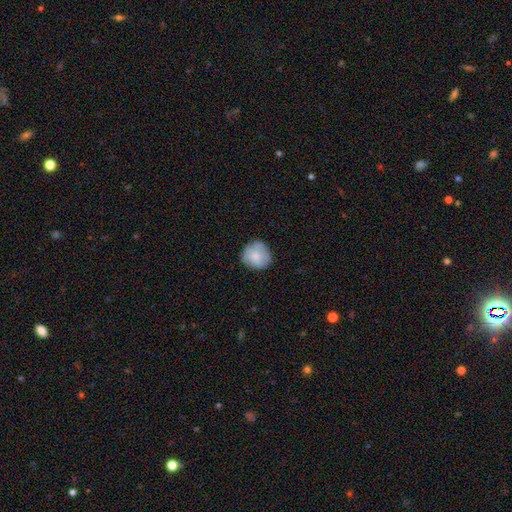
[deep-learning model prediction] Smooth or featured?
  - smooth: 74% *
  - featured or disk: 19%
  - star or artifact: 7%
How rounded?
  - round: 87% *
  - in between: 12%
  - cigar-shaped: 1%
Merging?
  - none: 75% *
  - minor disturbance: 19%
  - major disturbance: 4%
  - merger: 1%